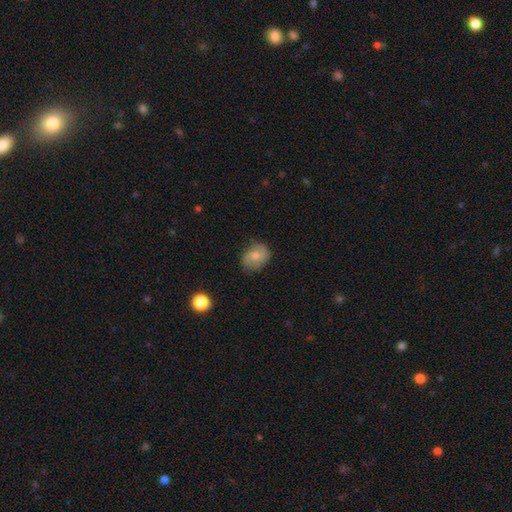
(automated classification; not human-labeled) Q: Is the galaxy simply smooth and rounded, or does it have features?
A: smooth — 55%.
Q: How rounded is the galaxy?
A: round — 53%.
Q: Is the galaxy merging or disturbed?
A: none — 68%.